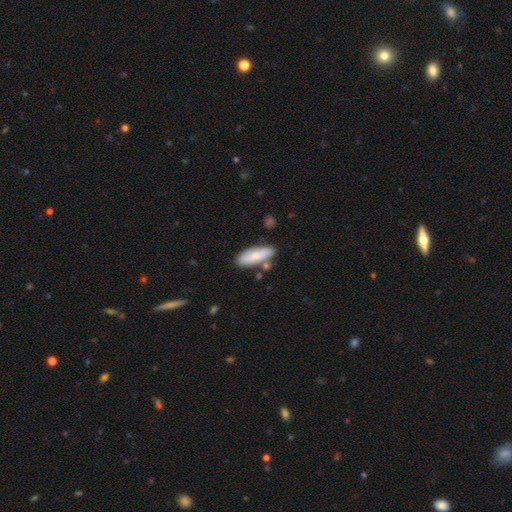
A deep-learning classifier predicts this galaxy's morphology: Q: Smooth or featured?
A: smooth (76%); runner-up: featured or disk (18%)
Q: How rounded?
A: in between (63%); runner-up: cigar-shaped (35%)
Q: Merging?
A: none (74%); runner-up: minor disturbance (14%)